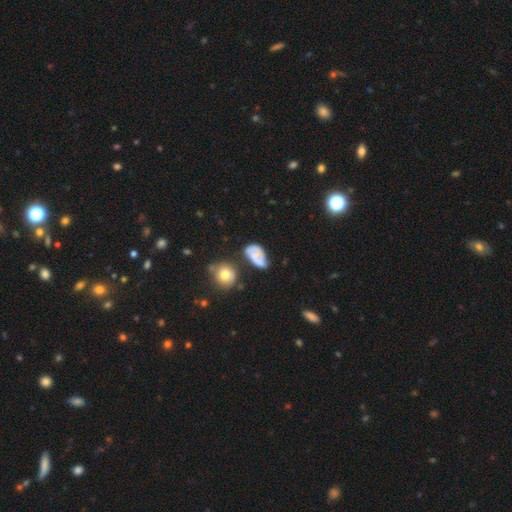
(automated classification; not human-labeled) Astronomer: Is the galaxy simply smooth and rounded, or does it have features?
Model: smooth — 48% (runner-up: featured or disk, 43%).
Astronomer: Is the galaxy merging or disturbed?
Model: none — 43% (runner-up: minor disturbance, 29%).